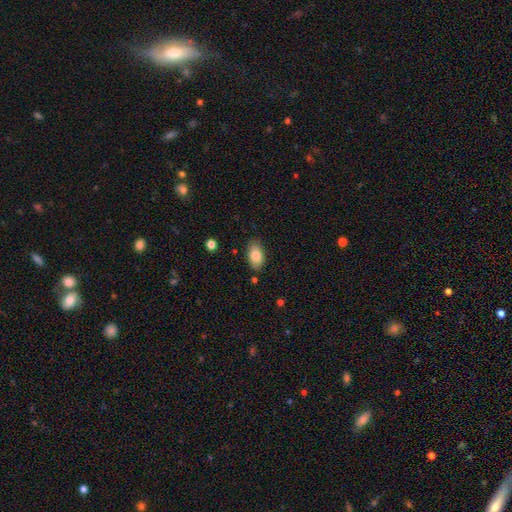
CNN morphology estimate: This appears to be a smooth galaxy with no disk features (82%) that is in between round and cigar-shaped (92%). Merging: none (83%).